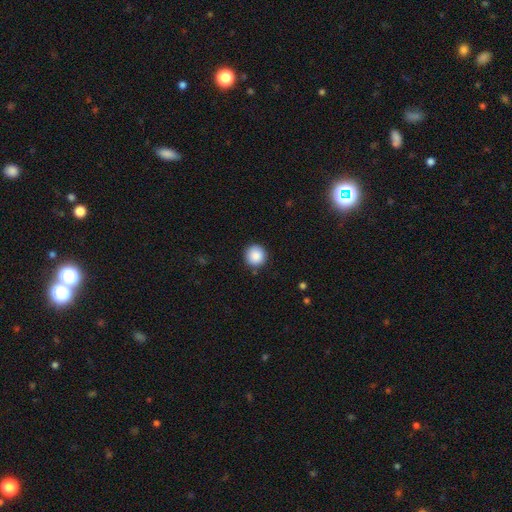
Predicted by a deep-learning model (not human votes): smooth_or_featured: smooth (p=0.88) [alt: star or artifact p=0.08]
how_rounded: round (p=0.94) [alt: in between p=0.05]
merging: none (p=0.89) [alt: minor disturbance p=0.08]